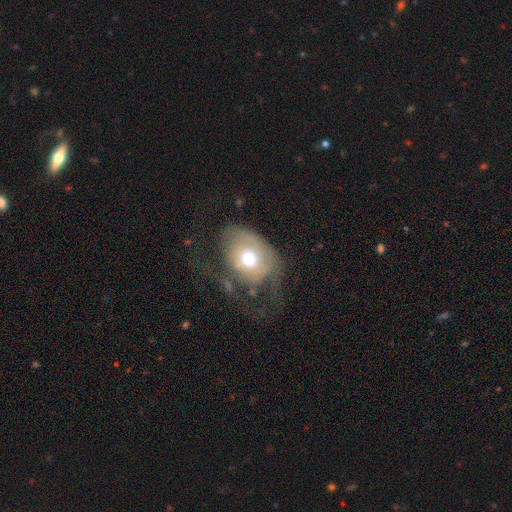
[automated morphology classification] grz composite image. It shows a smooth galaxy with no disk features (48%). Merging: major disturbance (45%).